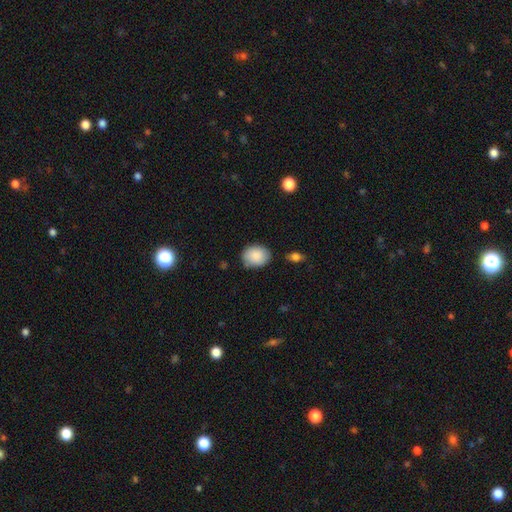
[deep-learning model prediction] Q: Smooth or featured?
A: smooth (87%); runner-up: star or artifact (7%)
Q: How rounded?
A: in between (61%); runner-up: round (38%)
Q: Merging?
A: none (75%); runner-up: minor disturbance (19%)